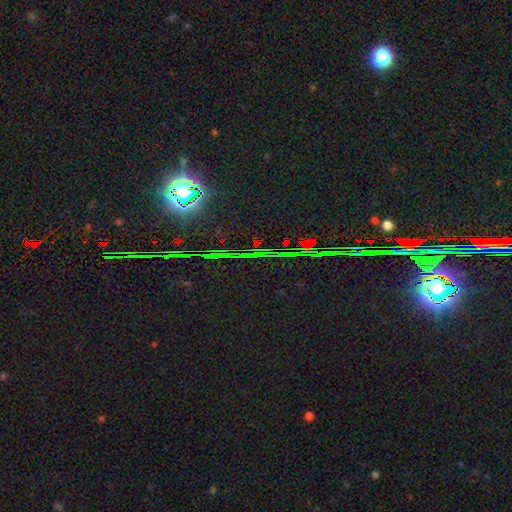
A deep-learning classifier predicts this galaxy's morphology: A star or artifact, not a galaxy (85%).